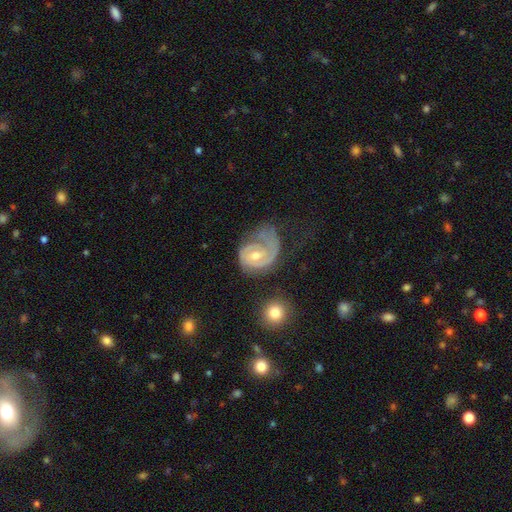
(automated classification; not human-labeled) Overall: featured or disk (82%). Edge-on disk: no (97%). Bar: no (56%; weak 37%). Spiral arms: yes (93%). Spiral arm count: 1 (41%; 2 36%). Spiral winding: tight (54%; medium 33%). Bulge size: moderate (54%; small 42%). Merging: none (41%; major disturbance 32%).